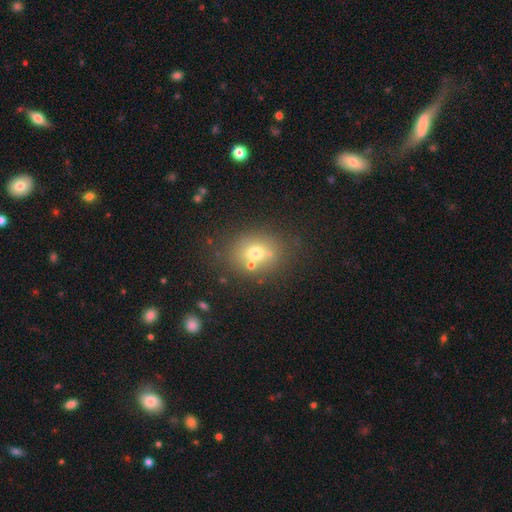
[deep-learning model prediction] Overall: smooth (67%). How rounded: round (59%; in between 40%). Merging: none (69%).